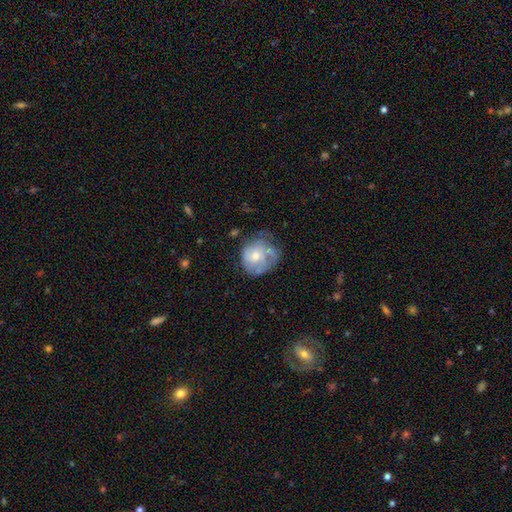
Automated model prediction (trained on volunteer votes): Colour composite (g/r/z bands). It shows a featured or disk galaxy (52%) with no bar (81%), spiral arms (61%) and a moderate central bulge (53%). Merging: none (46%).